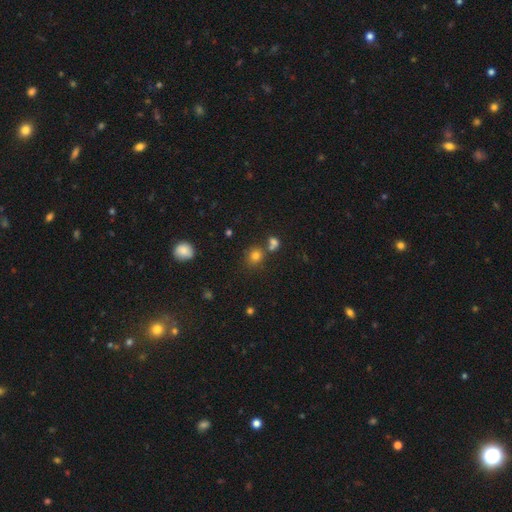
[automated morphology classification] Overall: smooth (76%). How rounded: round (83%). Merging: none (65%).